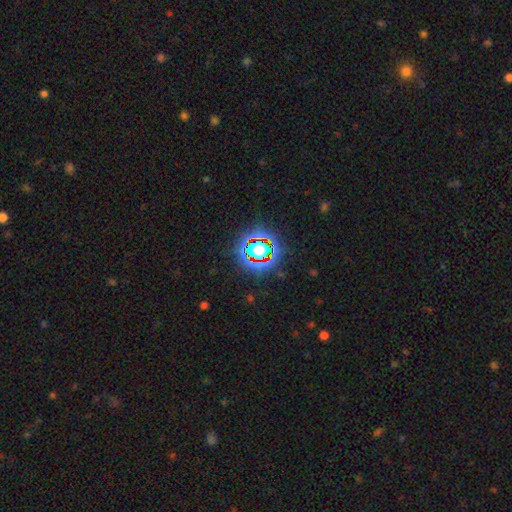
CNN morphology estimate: A star or artifact, not a galaxy (79%).